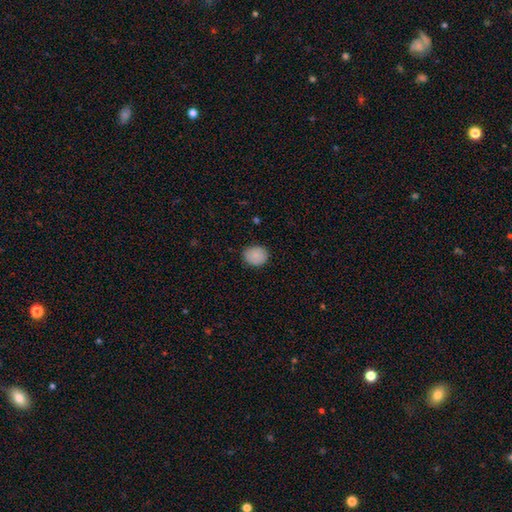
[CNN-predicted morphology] smooth 87%, star or artifact 8%, featured or disk 5%. Down the decision tree: how rounded — round (68%); merging — none (85%).